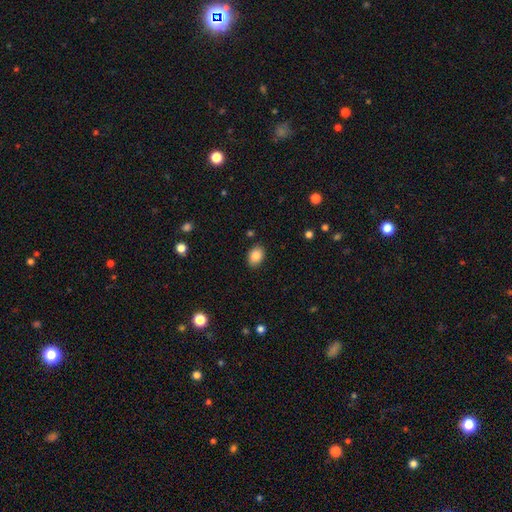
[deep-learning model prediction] The model was most divided on "how rounded": in between: 78%, round: 21%, cigar-shaped: 1%. More confident: merging — none (87%); smooth or featured — smooth (86%).